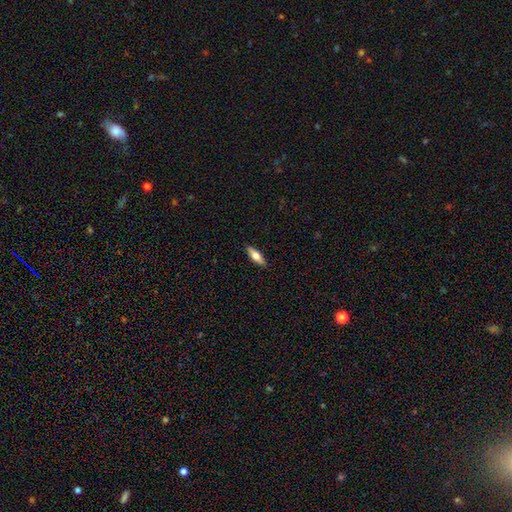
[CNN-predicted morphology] This is likely a smooth galaxy (63%). How rounded: possibly in between (55%). Merging: clearly none (90%).